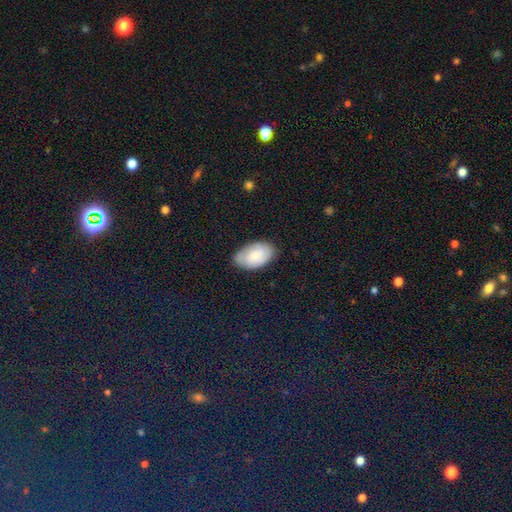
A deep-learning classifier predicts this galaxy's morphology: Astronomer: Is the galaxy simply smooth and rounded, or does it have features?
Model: smooth — 68%.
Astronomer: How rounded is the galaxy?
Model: in between — 93%.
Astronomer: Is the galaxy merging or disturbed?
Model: none — 76%.